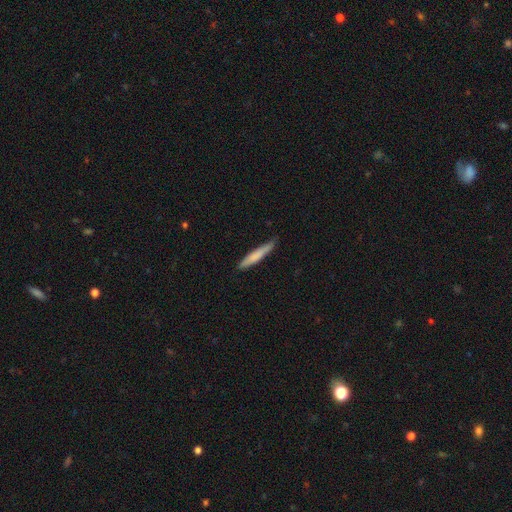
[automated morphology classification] This is likely a smooth galaxy (75%). How rounded: clearly cigar-shaped (94%). Merging: likely none (80%).